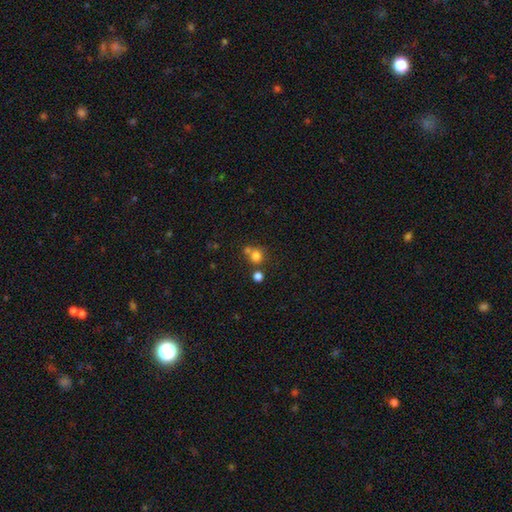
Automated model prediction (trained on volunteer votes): smooth_or_featured: smooth (p=0.77) [alt: star or artifact p=0.15]
how_rounded: round (p=0.87) [alt: in between p=0.12]
merging: none (p=0.57) [alt: merger p=0.30]